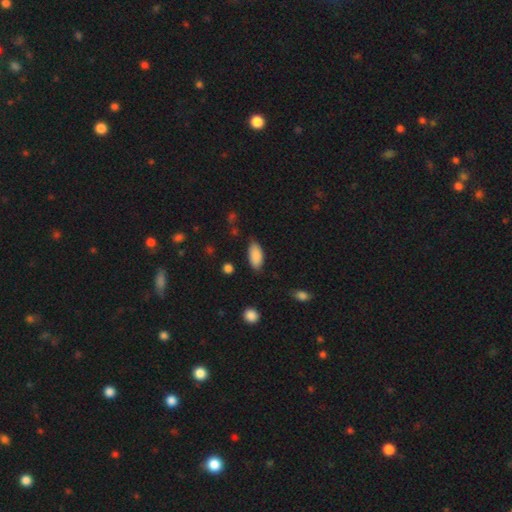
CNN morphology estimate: smooth_or_featured: smooth (p=0.88) [alt: star or artifact p=0.07]
how_rounded: in between (p=0.90) [alt: cigar-shaped p=0.08]
merging: none (p=0.76) [alt: minor disturbance p=0.19]